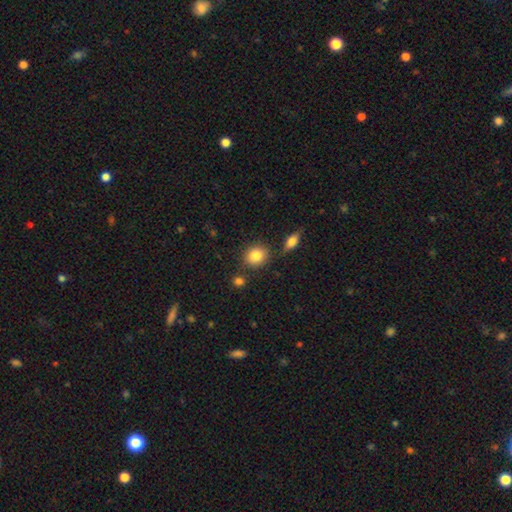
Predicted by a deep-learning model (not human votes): A smooth galaxy with no disk features (85%) that is round (69%).

Vote fractions:
- Smooth or featured? smooth: 85% / star or artifact: 8% / featured or disk: 7%
- How rounded? round: 69% / in between: 30% / cigar-shaped: 1%
- Merging? none: 78% / minor disturbance: 11% / merger: 8% / major disturbance: 3%